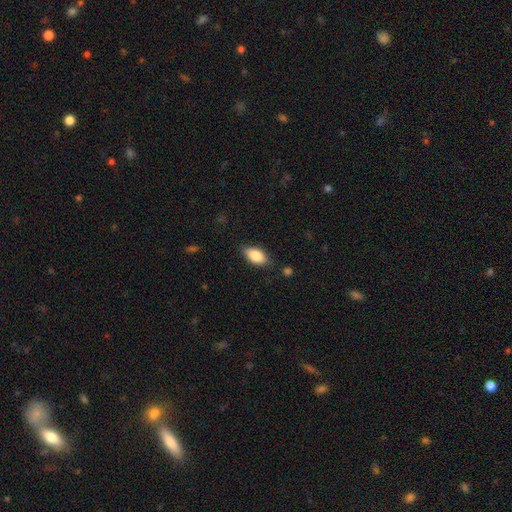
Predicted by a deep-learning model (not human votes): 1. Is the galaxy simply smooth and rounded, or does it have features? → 83% smooth, 10% featured or disk, 7% star or artifact.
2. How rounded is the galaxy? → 89% in between, 7% cigar-shaped, 4% round.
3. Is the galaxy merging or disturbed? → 81% none, 14% minor disturbance, 3% major disturbance, 2% merger.